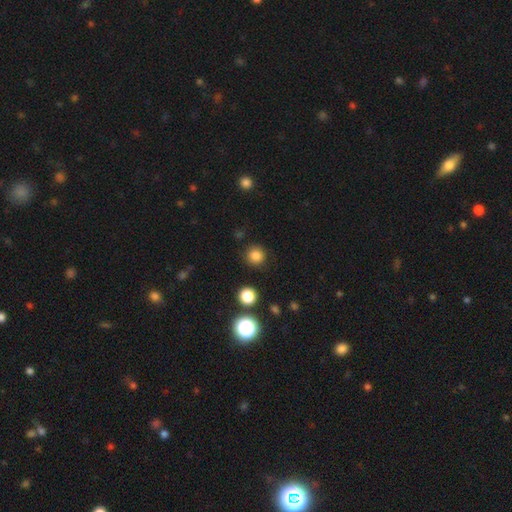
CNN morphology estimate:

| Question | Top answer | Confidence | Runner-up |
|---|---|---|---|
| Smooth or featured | smooth | 82% | star or artifact (14%) |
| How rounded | round | 93% | in between (6%) |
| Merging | none | 89% | minor disturbance (7%) |